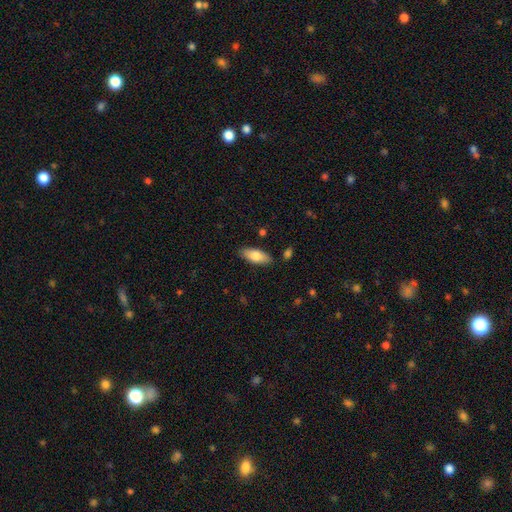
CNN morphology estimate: smooth_or_featured: smooth (p=0.78) [alt: featured or disk p=0.16]
how_rounded: in between (p=0.79) [alt: cigar-shaped p=0.19]
merging: none (p=0.86) [alt: minor disturbance p=0.10]